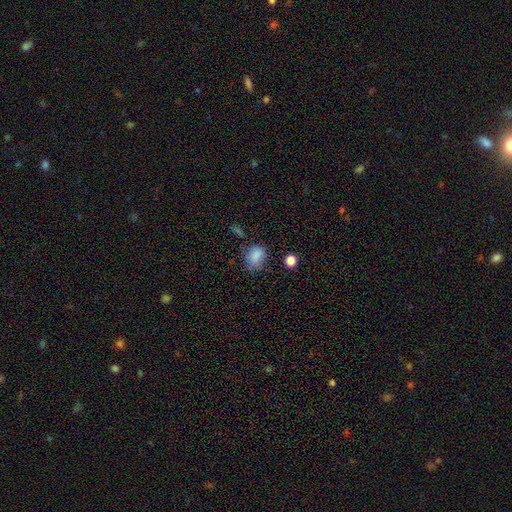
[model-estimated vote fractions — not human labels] A smooth galaxy with no disk features (84%) that is in between round and cigar-shaped (65%). Merging: none (65%).